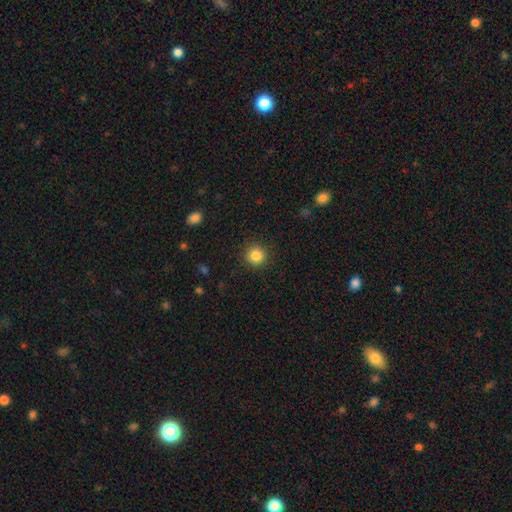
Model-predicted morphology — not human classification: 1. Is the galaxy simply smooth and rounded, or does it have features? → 85% smooth, 11% star or artifact, 5% featured or disk.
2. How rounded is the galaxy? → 94% round, 5% in between, 1% cigar-shaped.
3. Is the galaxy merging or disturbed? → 91% none, 6% minor disturbance, 2% major disturbance, 1% merger.